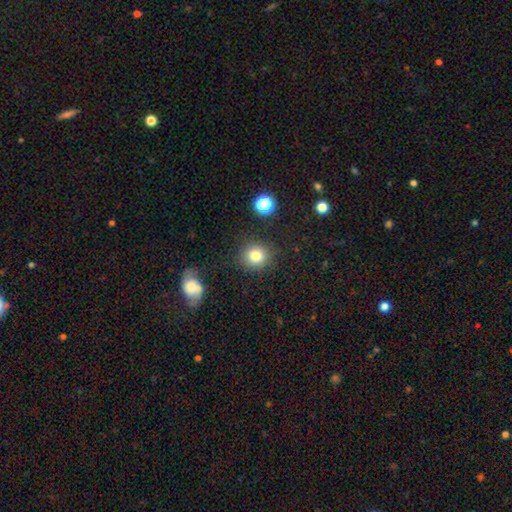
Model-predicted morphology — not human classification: Q: Smooth or featured?
A: smooth (79%); runner-up: star or artifact (12%)
Q: How rounded?
A: round (89%); runner-up: in between (10%)
Q: Merging?
A: none (87%); runner-up: minor disturbance (8%)